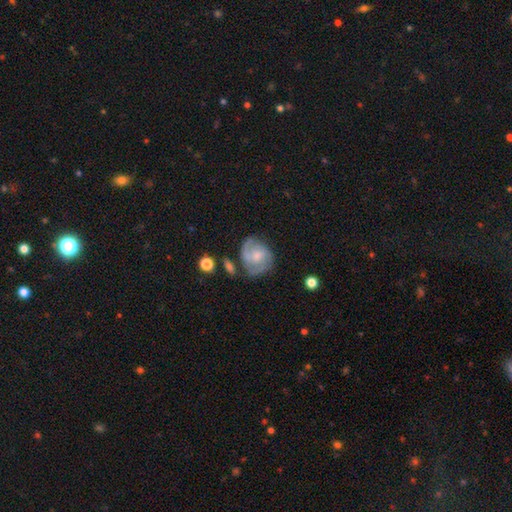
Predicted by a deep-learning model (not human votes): A featured or disk galaxy (66%) with no bar (62%), 2 (48%) medium (44%) spiral arms (86%) and a small central bulge (46%).

Vote fractions:
- Smooth or featured? featured or disk: 66% / smooth: 28% / star or artifact: 6%
- Edge-on disk? no: 97% / yes: 3%
- Bar? no: 62% / weak: 34% / strong: 5%
- Spiral arms? yes: 86% / no: 14%
- Spiral winding? medium: 44% / tight: 37% / loose: 18%
- Spiral arm count? 2: 48% / can't tell: 23% / 3: 16% / 1: 7% / 4: 3% / more than 4: 3%
- Bulge size? small: 46% / moderate: 41% / none: 8% / large: 4% / dominant: 1%
- Merging? none: 57% / minor disturbance: 25% / major disturbance: 12% / merger: 6%